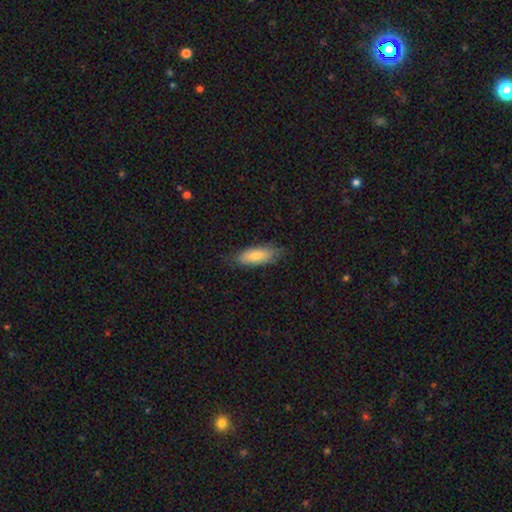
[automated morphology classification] type=smooth (77%); roundness=in between (67%); merging=none (76%).